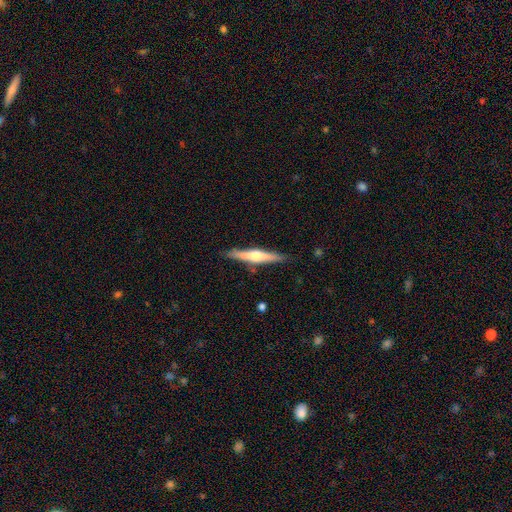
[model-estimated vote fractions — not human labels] Overall: featured or disk (62%; smooth 33%). Edge-on disk: yes (97%). Edge-on bulge: rounded (87%). Merging: none (86%).